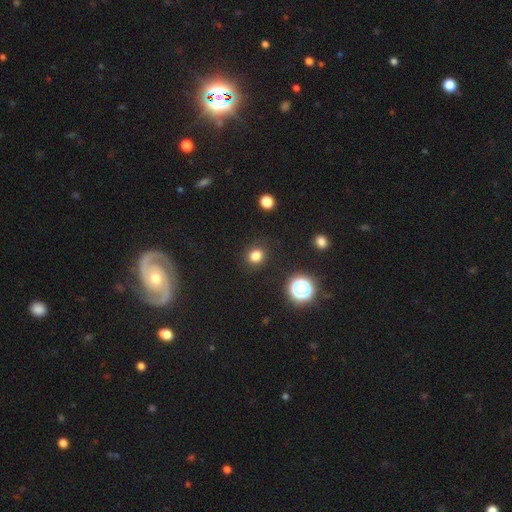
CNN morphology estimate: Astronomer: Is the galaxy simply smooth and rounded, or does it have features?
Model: smooth — 80%.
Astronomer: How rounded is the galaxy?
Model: round — 80%.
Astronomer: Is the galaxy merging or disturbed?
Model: none — 88%.